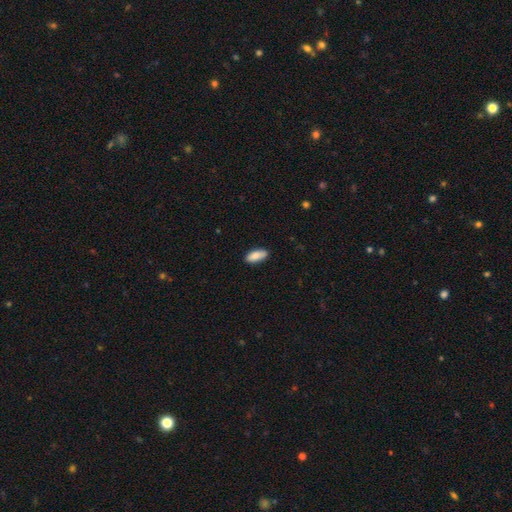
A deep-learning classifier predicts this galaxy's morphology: smooth_or_featured: smooth (p=0.86) [alt: featured or disk p=0.08]
how_rounded: in between (p=0.83) [alt: cigar-shaped p=0.15]
merging: none (p=0.87) [alt: minor disturbance p=0.10]